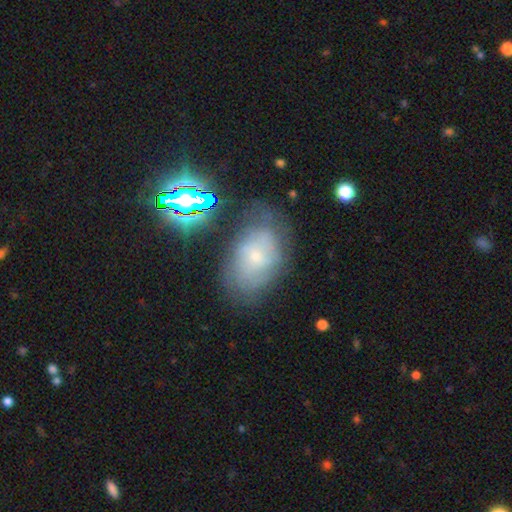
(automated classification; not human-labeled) The model was most divided on "smooth or featured": featured or disk: 45%, smooth: 39%, star or artifact: 16%. More confident: merging — none (58%).